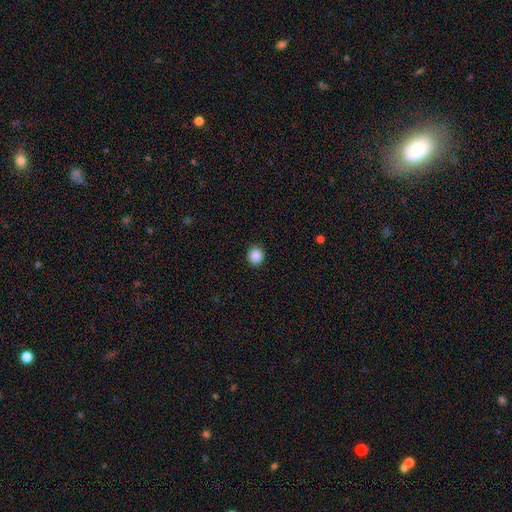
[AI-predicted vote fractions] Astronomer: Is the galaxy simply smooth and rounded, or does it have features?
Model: smooth — 88%.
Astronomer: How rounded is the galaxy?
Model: round — 89%.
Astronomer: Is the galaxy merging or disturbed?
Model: none — 92%.